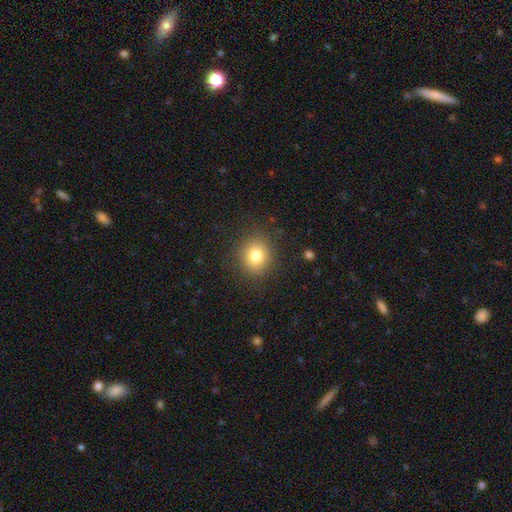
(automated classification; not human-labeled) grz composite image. It shows a smooth galaxy with no disk features (80%) that is round (80%). Merging: none (87%).